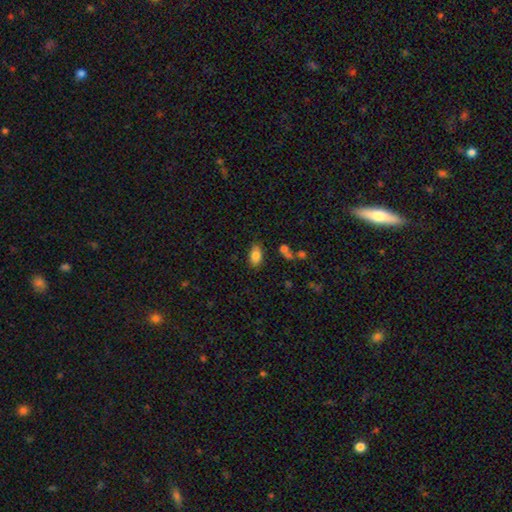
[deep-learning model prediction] Smooth or featured? Predicted: smooth (p=0.82). How rounded? Predicted: in between (p=0.89). Merging? Predicted: none (p=0.78).